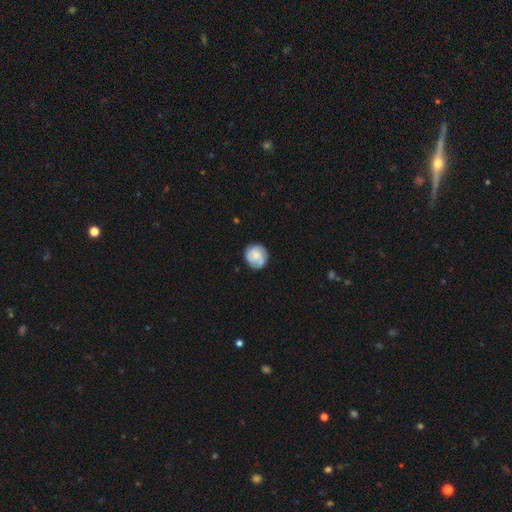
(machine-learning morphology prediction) Smooth or featured: smooth — 60% (featured or disk — 34%)
How rounded: round — 90% (in between — 9%)
Merging: none — 78% (minor disturbance — 16%)